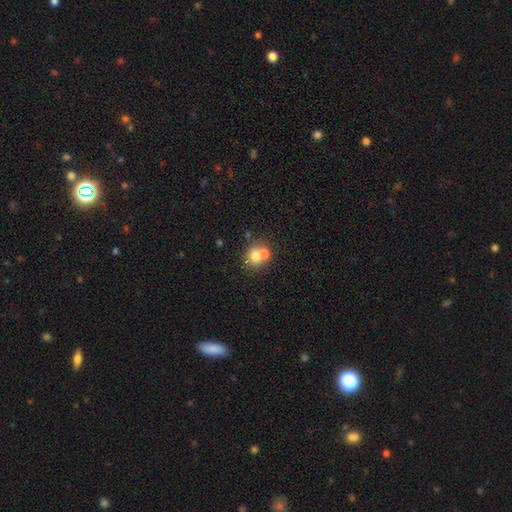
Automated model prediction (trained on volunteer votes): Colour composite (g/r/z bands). It shows a smooth galaxy with no disk features (70%) that is round (78%). Merging: merger (48%).